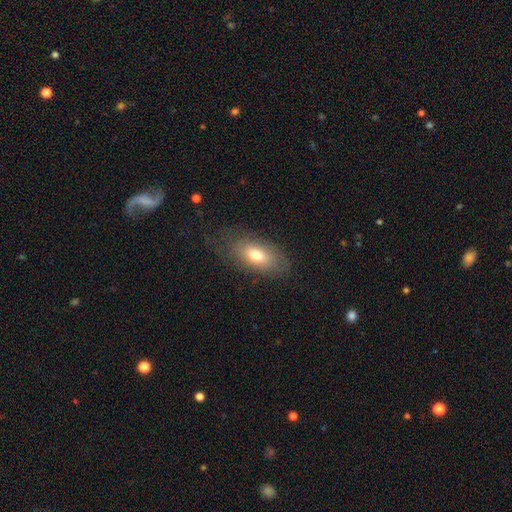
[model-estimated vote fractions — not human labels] Overall: smooth (71%). How rounded: in between (89%). Merging: none (73%).